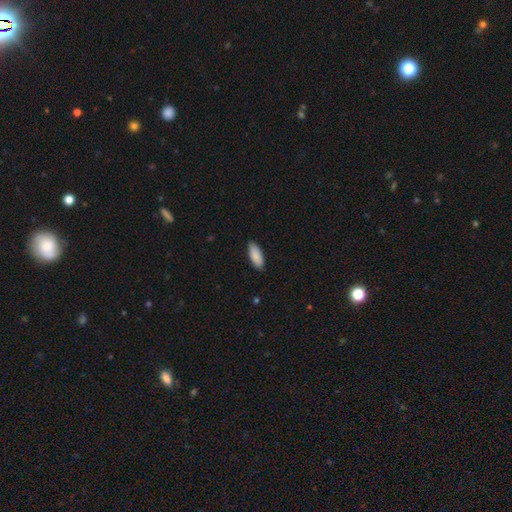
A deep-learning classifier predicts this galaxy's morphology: smooth_or_featured: smooth (p=0.90) [alt: star or artifact p=0.05]
how_rounded: in between (p=0.80) [alt: cigar-shaped p=0.18]
merging: none (p=0.87) [alt: minor disturbance p=0.10]